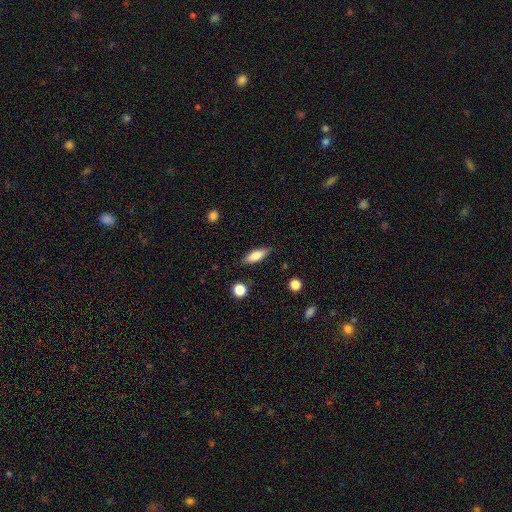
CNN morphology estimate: Smooth or featured? smooth (74%)
How rounded? in between (57%)
Merging? none (83%)